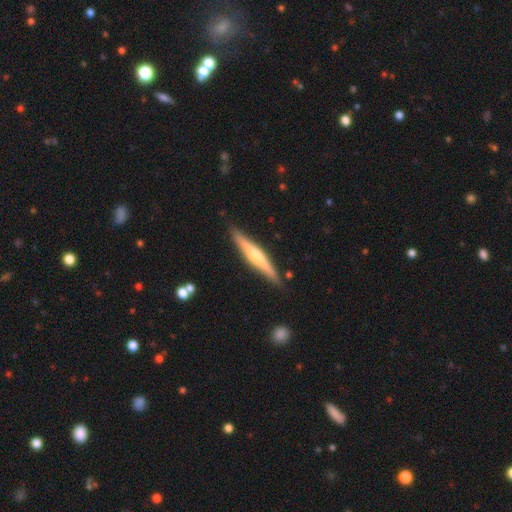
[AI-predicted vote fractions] smooth_or_featured: featured or disk (p=0.61) [alt: smooth p=0.33]
disk_edge_on: yes (p=0.96) [alt: no p=0.04]
edge_on_bulge: rounded (p=0.84) [alt: none p=0.11]
merging: none (p=0.88) [alt: minor disturbance p=0.09]